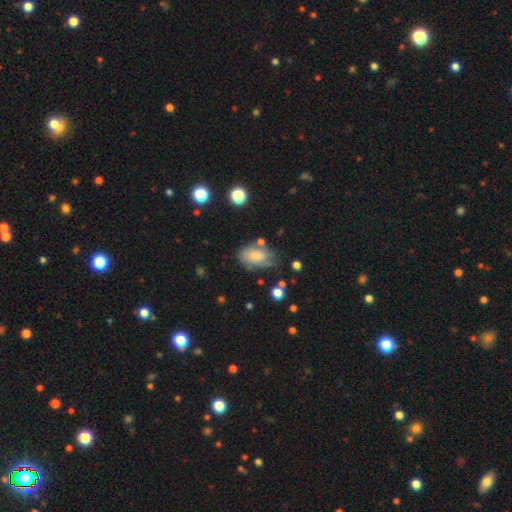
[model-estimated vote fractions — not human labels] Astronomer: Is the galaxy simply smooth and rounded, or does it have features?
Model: smooth — 69%.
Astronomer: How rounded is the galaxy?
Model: in between — 90%.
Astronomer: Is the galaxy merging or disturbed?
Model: none — 52% (runner-up: minor disturbance, 29%).